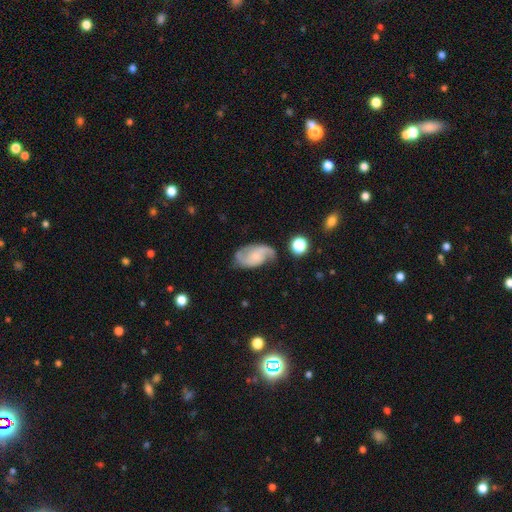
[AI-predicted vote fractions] This appears to be a featured or disk galaxy (76%) with no bar (60%), 2 (85%) medium (43%) spiral arms (94%) and a small central bulge (57%). Merging: none (64%).